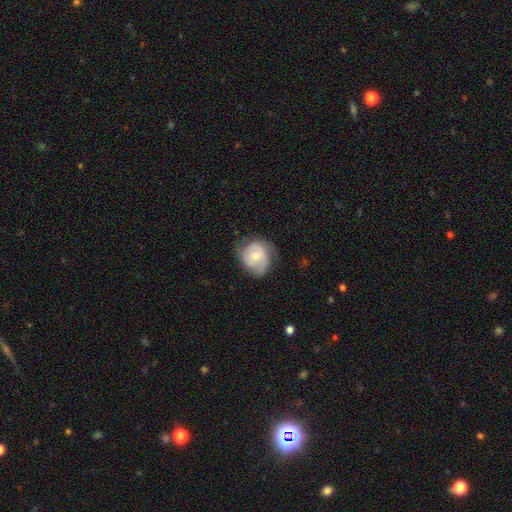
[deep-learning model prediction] smooth 47%, featured or disk 46%, star or artifact 7%. Down the decision tree: merging — none (55%).